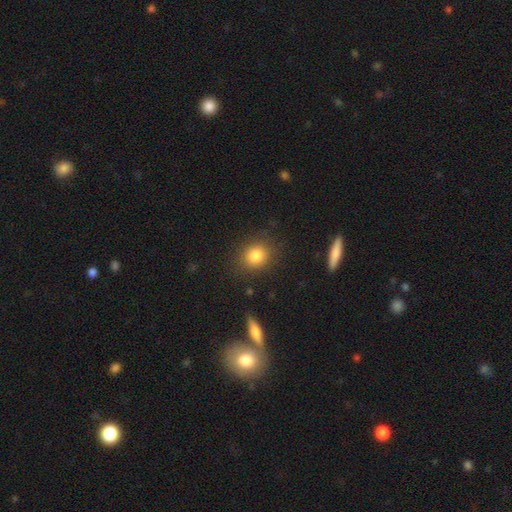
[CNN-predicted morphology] A smooth galaxy with no disk features (83%) that is round (71%).

Vote fractions:
- Smooth or featured? smooth: 83% / star or artifact: 11% / featured or disk: 6%
- How rounded? round: 71% / in between: 28% / cigar-shaped: 1%
- Merging? none: 85% / minor disturbance: 10% / major disturbance: 4% / merger: 2%